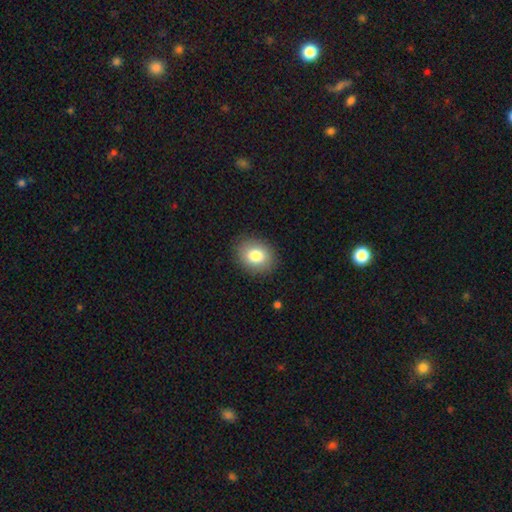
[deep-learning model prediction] This appears to be a smooth galaxy with no disk features (82%) that is in between round and cigar-shaped (51%). Merging: none (88%).